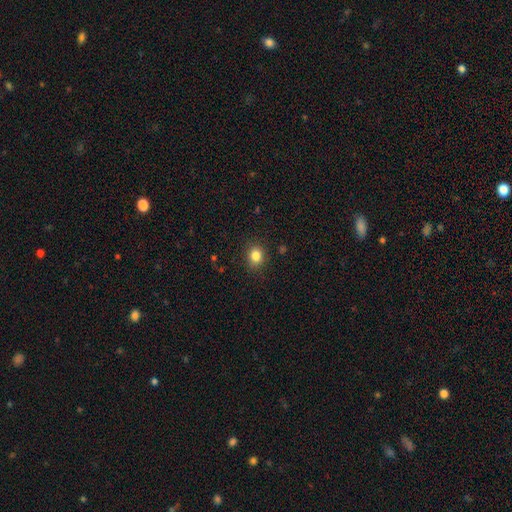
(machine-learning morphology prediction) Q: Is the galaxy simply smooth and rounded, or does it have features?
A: smooth — 84%.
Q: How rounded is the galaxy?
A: round — 61%.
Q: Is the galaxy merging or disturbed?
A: none — 87%.